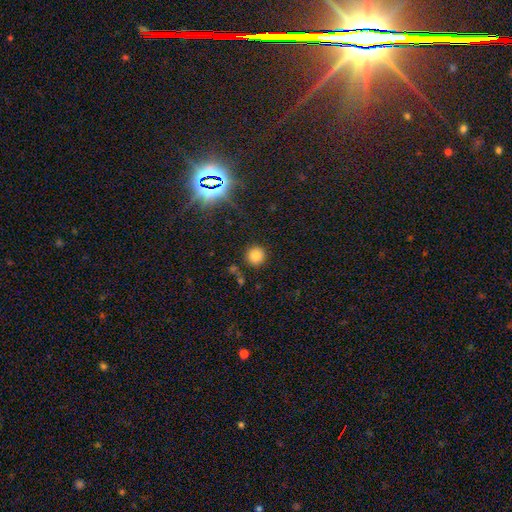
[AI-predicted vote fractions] Smooth or featured: smooth — 80% (star or artifact — 15%)
How rounded: round — 94% (in between — 5%)
Merging: none — 88% (minor disturbance — 7%)